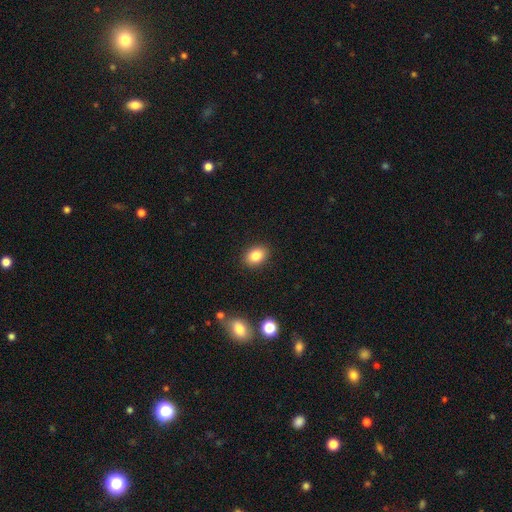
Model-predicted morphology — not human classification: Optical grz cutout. It shows a smooth galaxy with no disk features (84%) that is in between round and cigar-shaped (74%). Merging: none (89%).